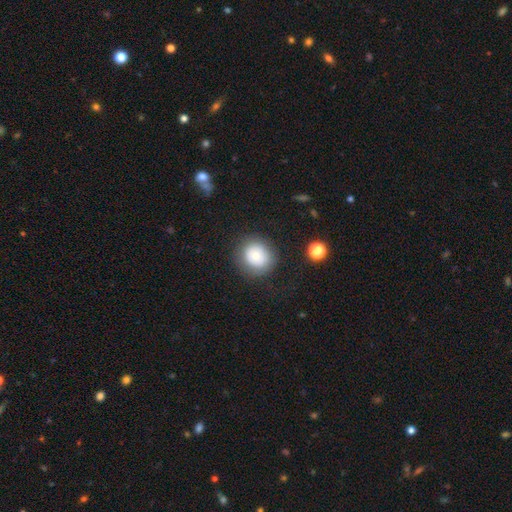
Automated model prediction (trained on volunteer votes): Smooth or featured? Predicted: smooth (p=0.71). How rounded? Predicted: round (p=0.86). Merging? Predicted: none (p=0.81).